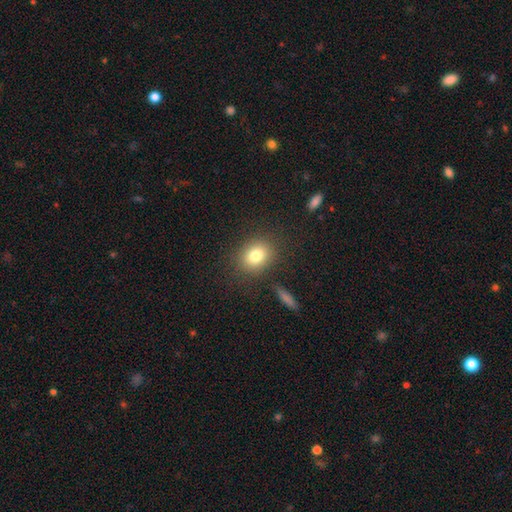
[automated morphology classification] Q: Smooth or featured?
A: smooth (79%); runner-up: star or artifact (11%)
Q: How rounded?
A: round (54%); runner-up: in between (44%)
Q: Merging?
A: none (83%); runner-up: minor disturbance (9%)